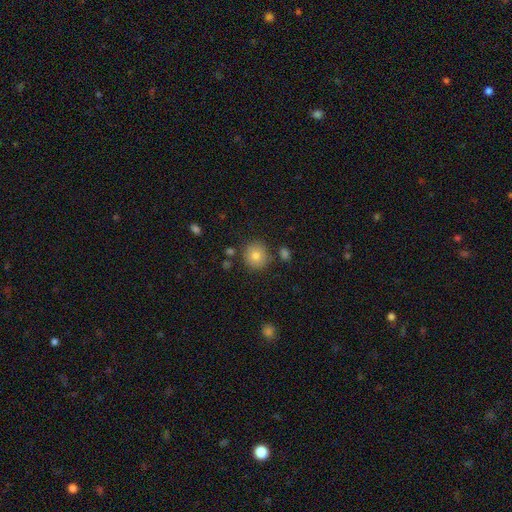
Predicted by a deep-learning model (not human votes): Overall: smooth (78%). How rounded: round (93%). Merging: none (84%).